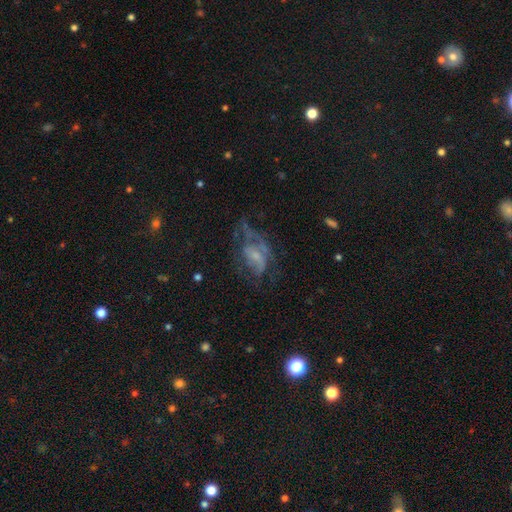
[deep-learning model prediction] Smooth or featured: featured or disk — 67% (smooth — 23%)
Edge-on disk: no — 96% (yes — 4%)
Bar: no — 55% (weak — 36%)
Spiral arms: yes — 66% (no — 34%)
Bulge size: small — 51% (moderate — 24%)
Merging: major disturbance — 43% (none — 33%)